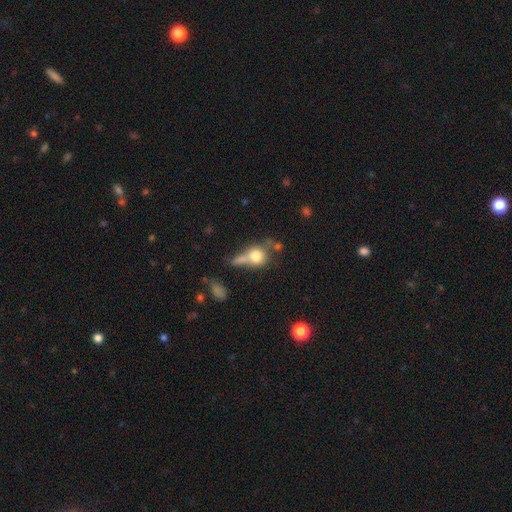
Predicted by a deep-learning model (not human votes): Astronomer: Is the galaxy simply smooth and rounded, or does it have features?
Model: smooth — 71%.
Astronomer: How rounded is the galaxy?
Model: round — 66%.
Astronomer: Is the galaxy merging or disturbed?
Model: merger — 38% (runner-up: none, 33%).